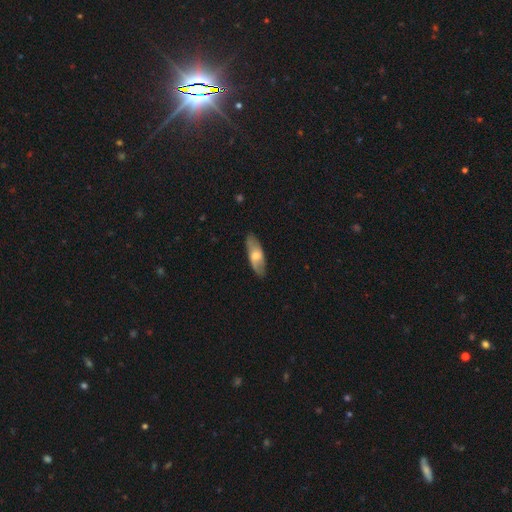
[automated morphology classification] Smooth or featured?
  - smooth: 54% *
  - featured or disk: 41%
  - star or artifact: 6%
How rounded?
  - in between: 72% *
  - cigar-shaped: 26%
  - round: 2%
Merging?
  - none: 81% *
  - minor disturbance: 15%
  - major disturbance: 3%
  - merger: 1%